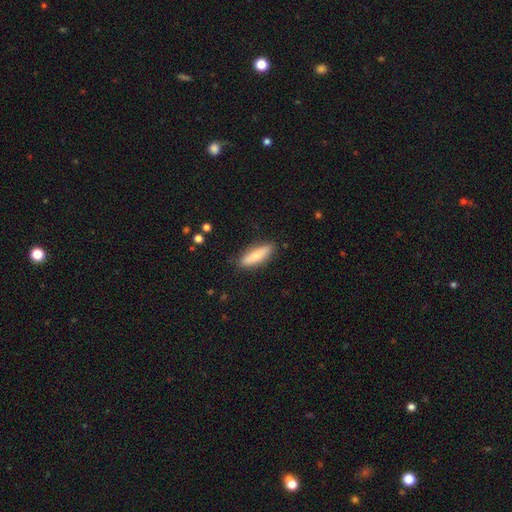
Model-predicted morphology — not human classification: smooth 66%, featured or disk 28%, star or artifact 6%. Down the decision tree: how rounded — cigar-shaped (55%); merging — none (85%).